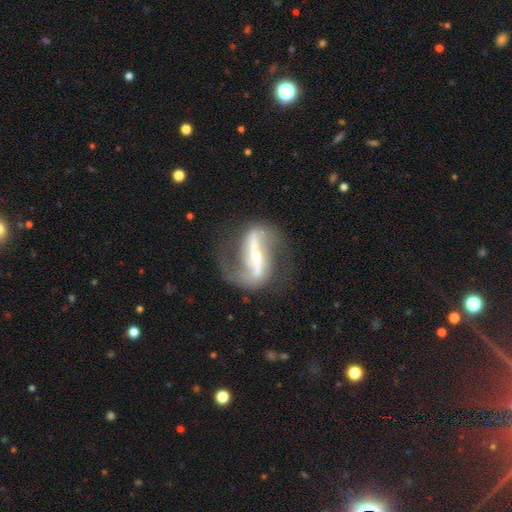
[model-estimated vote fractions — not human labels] Smooth or featured?
  - featured or disk: 90% *
  - star or artifact: 5%
  - smooth: 5%
Edge-on disk?
  - no: 92% *
  - yes: 8%
Bar?
  - strong: 71% *
  - weak: 19%
  - no: 11%
Spiral arms?
  - yes: 94% *
  - no: 6%
Spiral winding?
  - loose: 60% *
  - medium: 31%
  - tight: 9%
Spiral arm count?
  - 2: 91% *
  - 1: 4%
  - can't tell: 3%
  - 3: 1%
  - 4: 1%
  - more than 4: 1%
Bulge size?
  - small: 59% *
  - moderate: 36%
  - large: 2%
  - none: 1%
  - dominant: 1%
Merging?
  - none: 71% *
  - minor disturbance: 15%
  - major disturbance: 11%
  - merger: 2%